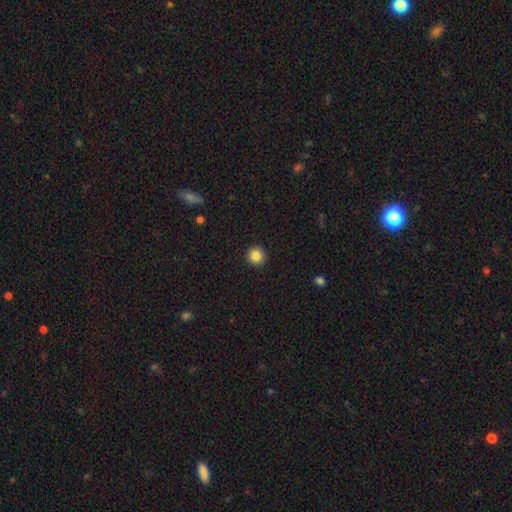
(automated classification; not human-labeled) Smooth or featured? smooth (86%)
How rounded? round (95%)
Merging? none (93%)